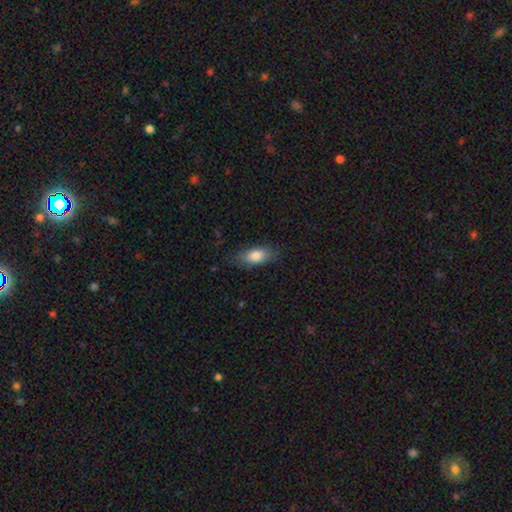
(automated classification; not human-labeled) This is clearly a smooth galaxy (82%). How rounded: clearly in between (85%). Merging: likely none (78%).